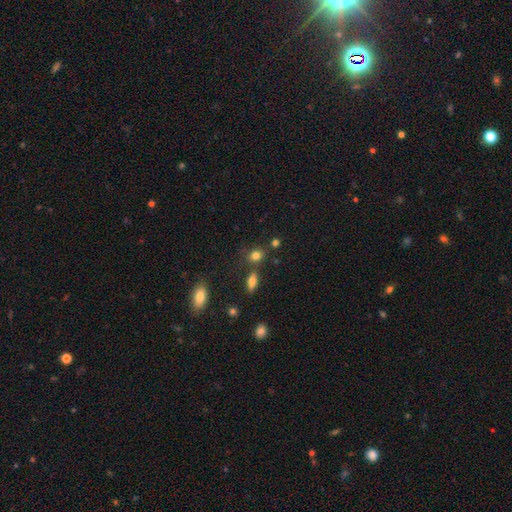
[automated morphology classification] This appears to be a smooth galaxy with no disk features (79%) that is round (54%). Merging: none (69%).